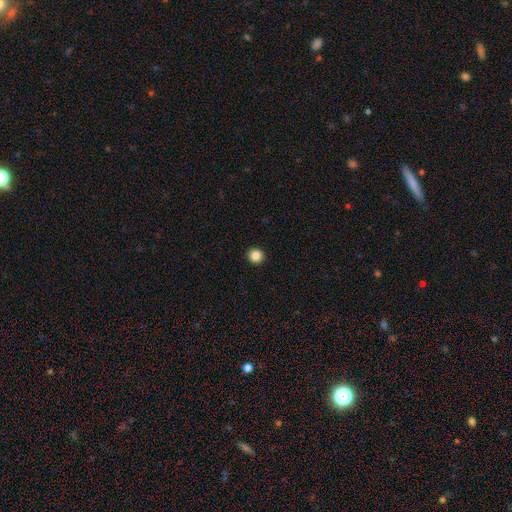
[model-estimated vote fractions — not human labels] The model was most divided on "smooth or featured": smooth: 85%, star or artifact: 11%, featured or disk: 4%. More confident: how rounded — round (94%); merging — none (94%).